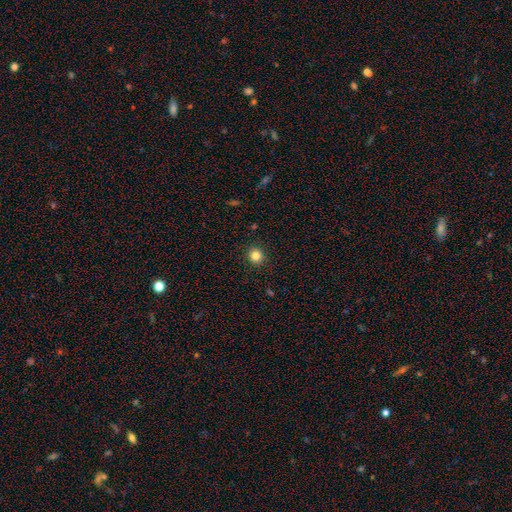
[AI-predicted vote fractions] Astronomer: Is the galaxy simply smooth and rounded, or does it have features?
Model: smooth — 82%.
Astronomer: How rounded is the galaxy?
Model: round — 89%.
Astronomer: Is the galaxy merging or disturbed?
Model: none — 91%.